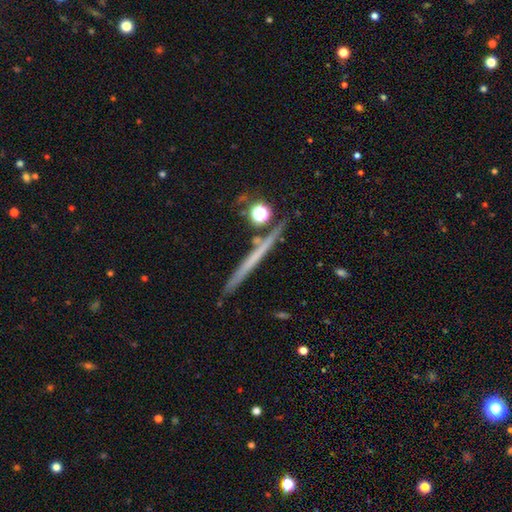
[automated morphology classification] Smooth or featured? featured or disk (51%)
Edge-on disk? yes (95%)
Merging? none (86%)